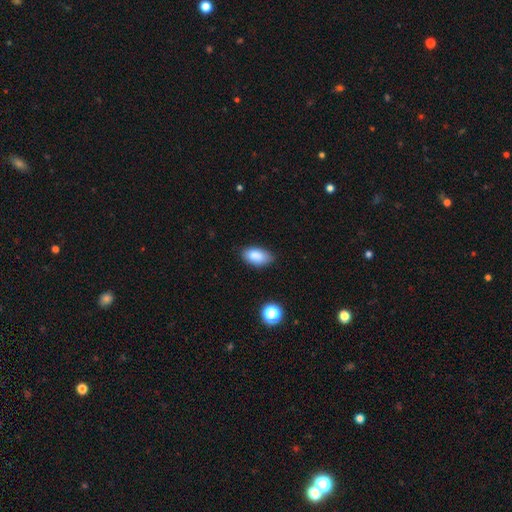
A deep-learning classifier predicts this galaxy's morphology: Smooth or featured: smooth — 86% (star or artifact — 8%)
How rounded: in between — 93% (round — 4%)
Merging: none — 78% (minor disturbance — 18%)